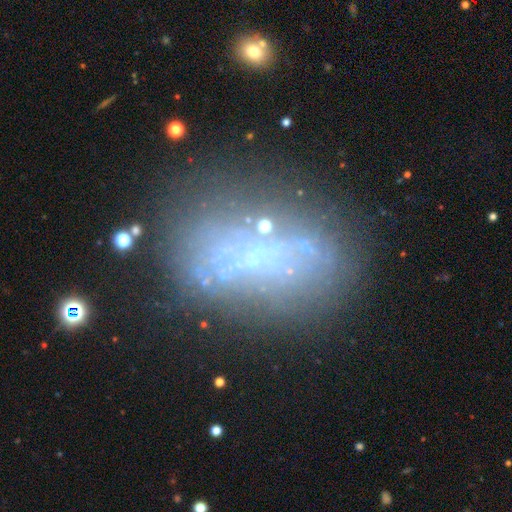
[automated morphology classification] A featured or disk galaxy (53%).

Vote fractions:
- Smooth or featured? featured or disk: 53% / smooth: 26% / star or artifact: 22%
- Edge-on disk? no: 85% / yes: 15%
- Merging? none: 54% / major disturbance: 21% / minor disturbance: 18% / merger: 8%